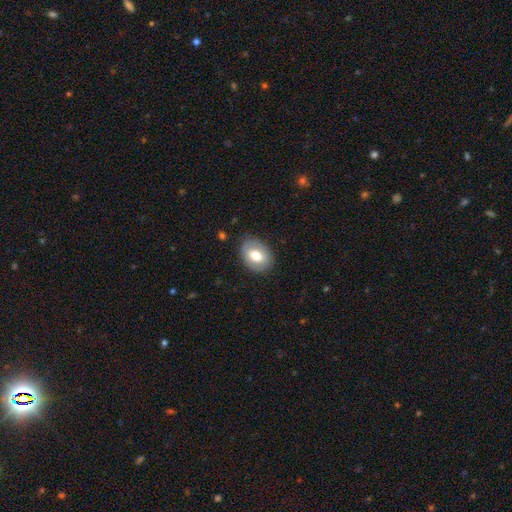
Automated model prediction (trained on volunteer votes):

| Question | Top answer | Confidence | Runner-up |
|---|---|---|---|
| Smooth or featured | smooth | 67% | featured or disk (26%) |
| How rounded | in between | 74% | round (25%) |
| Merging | none | 83% | minor disturbance (13%) |